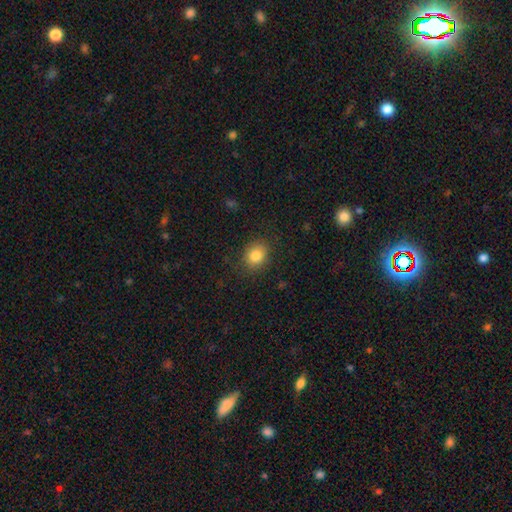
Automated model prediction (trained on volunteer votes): Smooth or featured: smooth — 84% (star or artifact — 10%)
How rounded: round — 61% (in between — 38%)
Merging: none — 85% (minor disturbance — 10%)